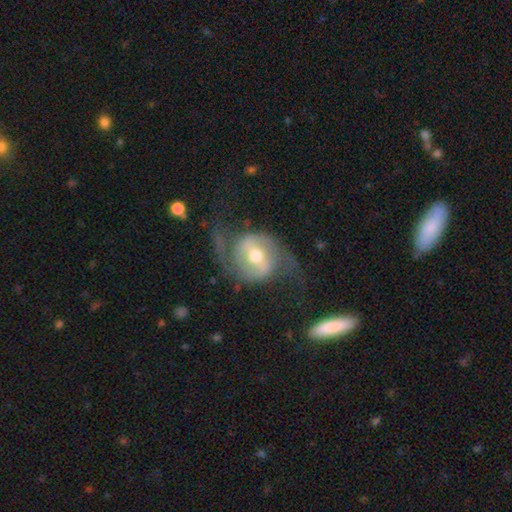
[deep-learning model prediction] smooth_or_featured: featured or disk (p=0.86) [alt: smooth p=0.09]
disk_edge_on: no (p=0.96) [alt: yes p=0.04]
bar: weak (p=0.42) [alt: strong p=0.39]
has_spiral_arms: yes (p=0.94) [alt: no p=0.06]
spiral_winding: medium (p=0.44) [alt: loose p=0.43]
spiral_arm_count: 2 (p=0.91) [alt: can't tell p=0.03]
bulge_size: moderate (p=0.67) [alt: small p=0.25]
merging: none (p=0.68) [alt: minor disturbance p=0.16]